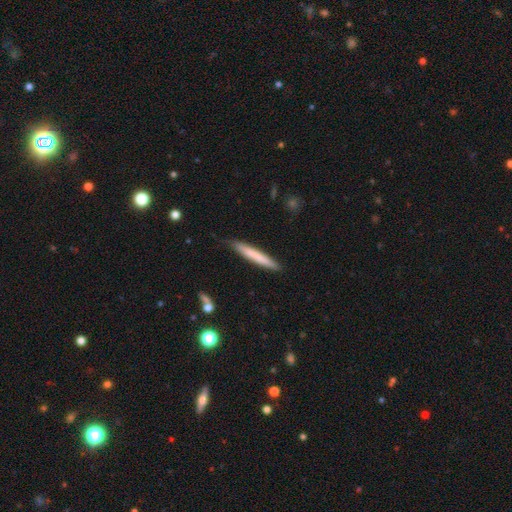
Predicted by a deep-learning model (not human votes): Morphology: type=smooth (70%); roundness=cigar-shaped (96%); merging=none (84%).